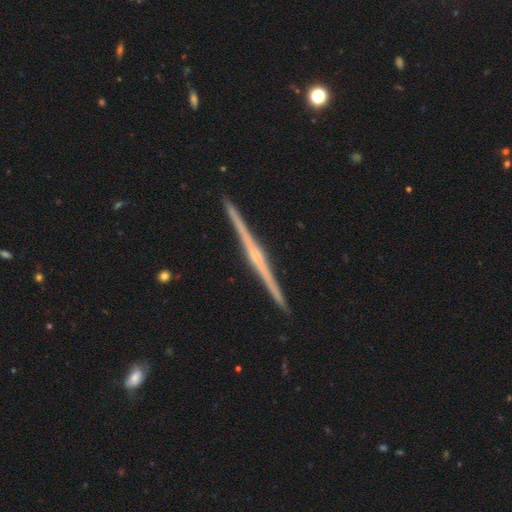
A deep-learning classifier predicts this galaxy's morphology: A featured or disk galaxy (86%) viewed edge-on (99%) with a rounded central bulge (59%). Merging: none (93%).